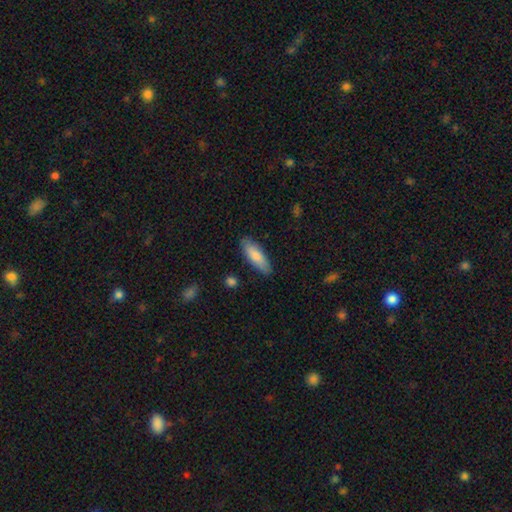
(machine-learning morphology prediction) A smooth galaxy with no disk features (82%) that is in between round and cigar-shaped (57%). Merging: none (86%).